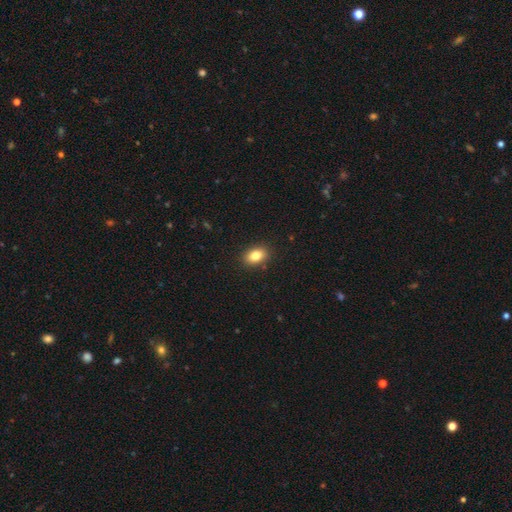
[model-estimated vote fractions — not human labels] A smooth galaxy with no disk features (84%) that is in between round and cigar-shaped (83%). Merging: none (88%).